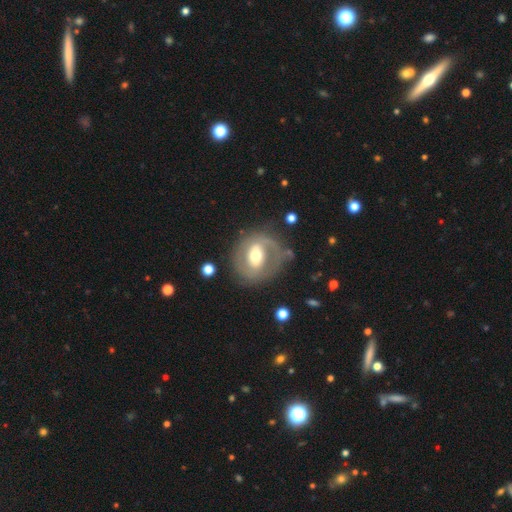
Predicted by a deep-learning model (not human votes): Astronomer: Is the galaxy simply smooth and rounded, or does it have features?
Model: featured or disk — 66%.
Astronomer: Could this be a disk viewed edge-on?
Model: no — 96%.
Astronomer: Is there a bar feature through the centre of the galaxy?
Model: weak — 39% (runner-up: no, 31%).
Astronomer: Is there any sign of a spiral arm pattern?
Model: yes — 60% (runner-up: no, 40%).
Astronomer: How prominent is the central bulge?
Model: moderate — 65%.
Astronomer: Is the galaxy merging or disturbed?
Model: none — 67%.